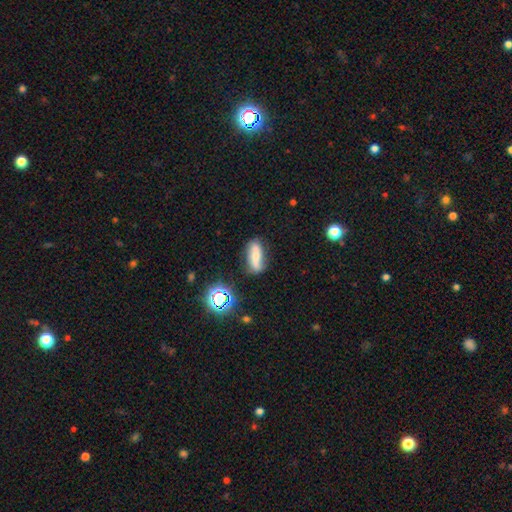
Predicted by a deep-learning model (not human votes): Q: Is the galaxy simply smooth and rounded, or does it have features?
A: featured or disk — 52%.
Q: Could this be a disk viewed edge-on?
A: no — 77%.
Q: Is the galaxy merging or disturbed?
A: none — 76%.